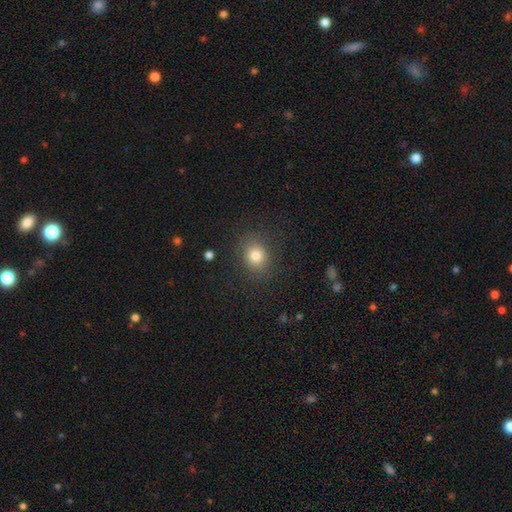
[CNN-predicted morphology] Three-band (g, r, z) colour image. It shows a smooth galaxy with no disk features (80%) that is round (69%). Merging: none (85%).